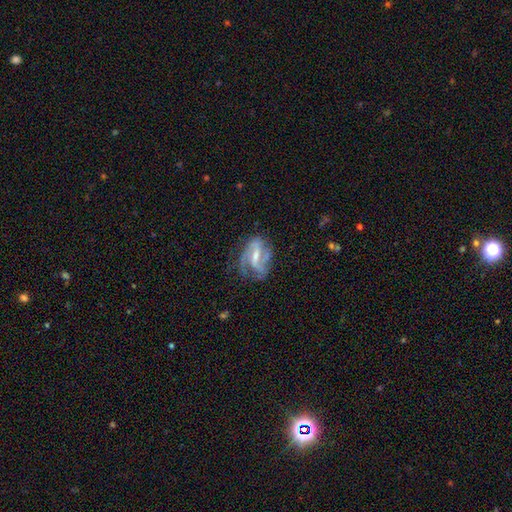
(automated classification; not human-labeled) Q: Smooth or featured?
A: featured or disk (83%); runner-up: smooth (9%)
Q: Edge-on disk?
A: no (95%); runner-up: yes (5%)
Q: Bar?
A: strong (47%); runner-up: weak (39%)
Q: Spiral arms?
A: yes (93%); runner-up: no (7%)
Q: Spiral winding?
A: medium (46%); runner-up: loose (28%)
Q: Spiral arm count?
A: 2 (50%); runner-up: 3 (22%)
Q: Bulge size?
A: small (48%); runner-up: moderate (40%)
Q: Merging?
A: none (59%); runner-up: minor disturbance (22%)